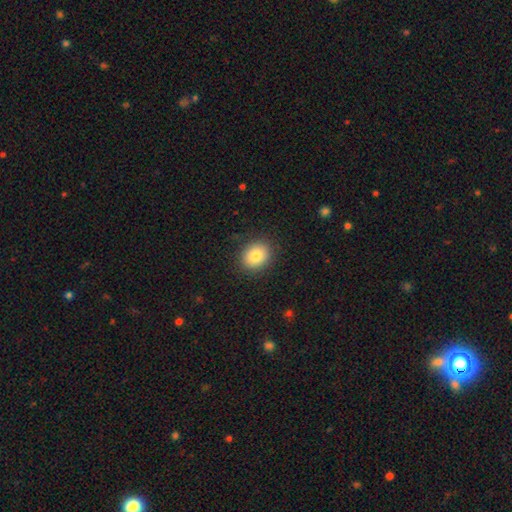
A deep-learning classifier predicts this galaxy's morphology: Q: Smooth or featured?
A: smooth (83%); runner-up: star or artifact (9%)
Q: How rounded?
A: round (58%); runner-up: in between (42%)
Q: Merging?
A: none (88%); runner-up: minor disturbance (8%)